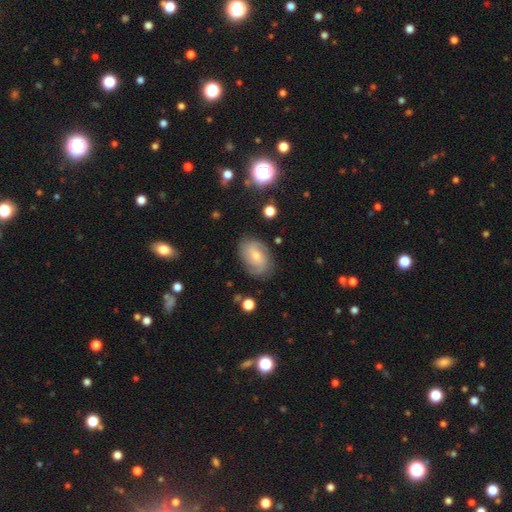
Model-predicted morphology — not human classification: This appears to be a featured or disk galaxy (69%) with no bar (59%), 2 (39%) tight (48%) spiral arms (90%) and a small central bulge (53%). Merging: none (78%).